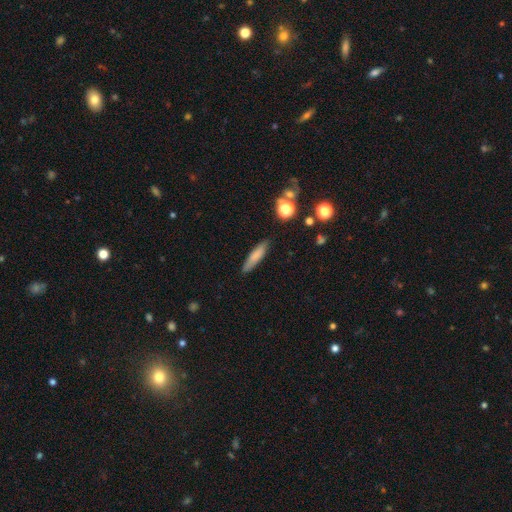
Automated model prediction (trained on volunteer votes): The model was most divided on "how rounded": cigar-shaped: 79%, in between: 19%, round: 2%. More confident: merging — none (85%); smooth or featured — smooth (77%).